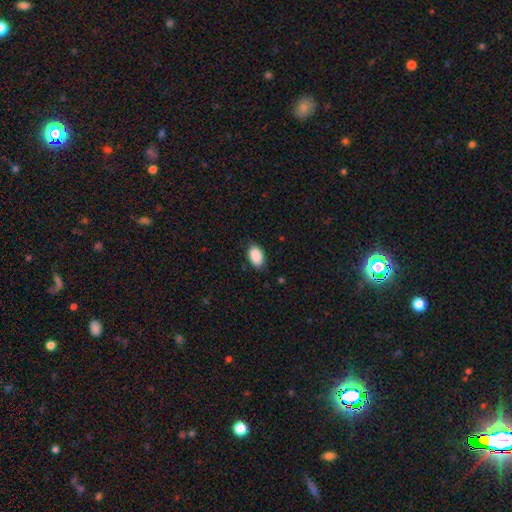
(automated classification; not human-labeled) Morphology: type=smooth (90%); roundness=in between (92%); merging=none (83%).